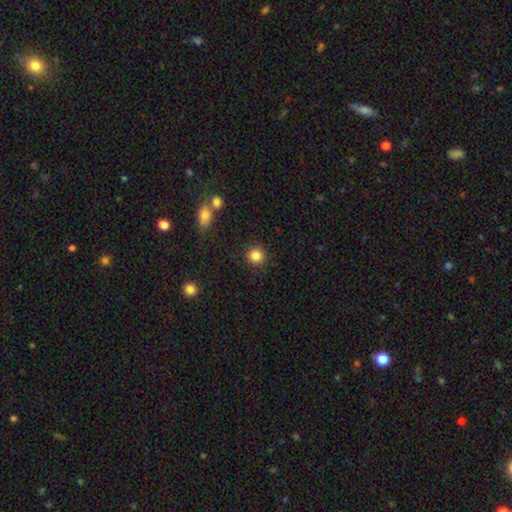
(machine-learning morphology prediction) smooth-or-featured: smooth: 85% | star or artifact: 11% | featured or disk: 4%
  how-rounded: round: 92% | in between: 7% | cigar-shaped: 1%
  merging: none: 91% | minor disturbance: 5% | major disturbance: 2% | merger: 2%